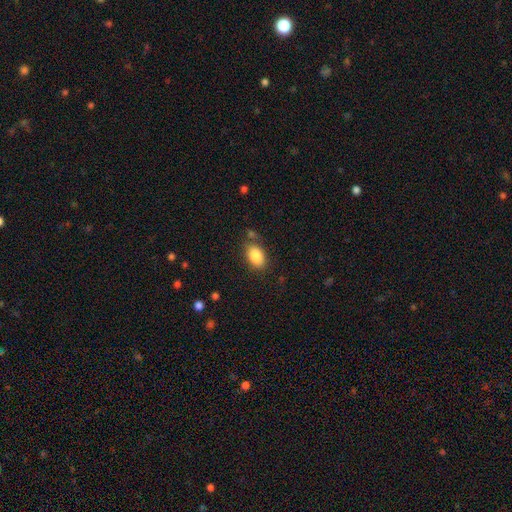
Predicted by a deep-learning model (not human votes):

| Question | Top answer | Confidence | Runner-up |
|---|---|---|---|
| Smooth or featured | smooth | 87% | star or artifact (7%) |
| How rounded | in between | 90% | round (9%) |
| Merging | none | 75% | minor disturbance (15%) |